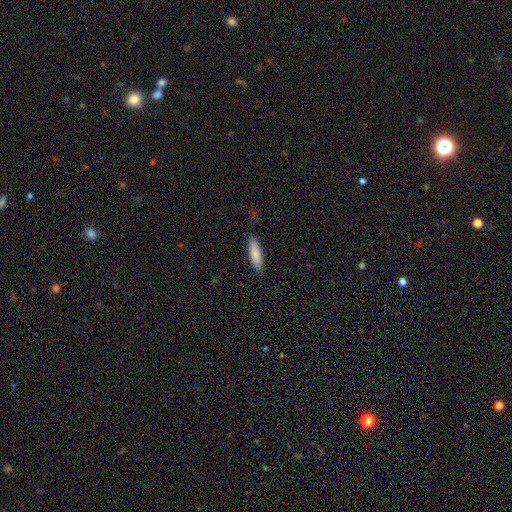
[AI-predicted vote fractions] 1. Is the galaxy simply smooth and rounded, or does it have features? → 83% smooth, 11% featured or disk, 6% star or artifact.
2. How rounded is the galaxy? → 69% cigar-shaped, 29% in between, 1% round.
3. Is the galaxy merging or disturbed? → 88% none, 9% minor disturbance, 2% major disturbance, 1% merger.